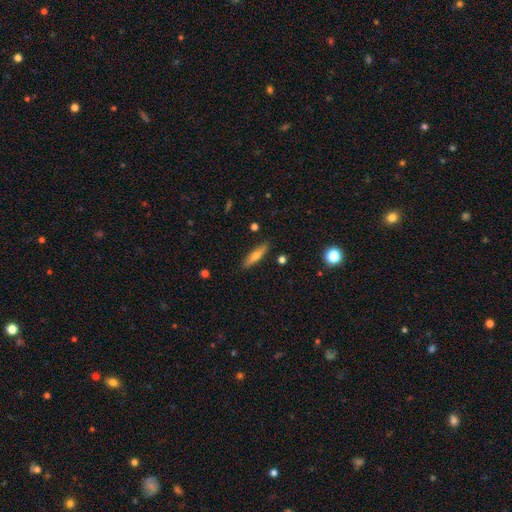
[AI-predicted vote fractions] Q: Smooth or featured?
A: smooth (60%); runner-up: featured or disk (33%)
Q: How rounded?
A: cigar-shaped (79%); runner-up: in between (19%)
Q: Merging?
A: none (88%); runner-up: minor disturbance (8%)